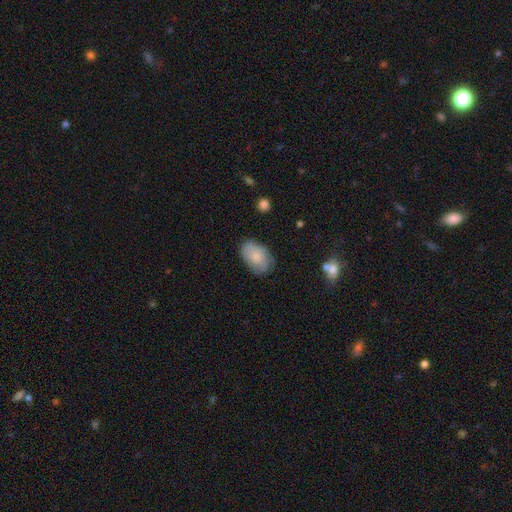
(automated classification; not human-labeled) smooth 72%, featured or disk 21%, star or artifact 7%. Down the decision tree: how rounded — in between (89%); merging — none (72%).